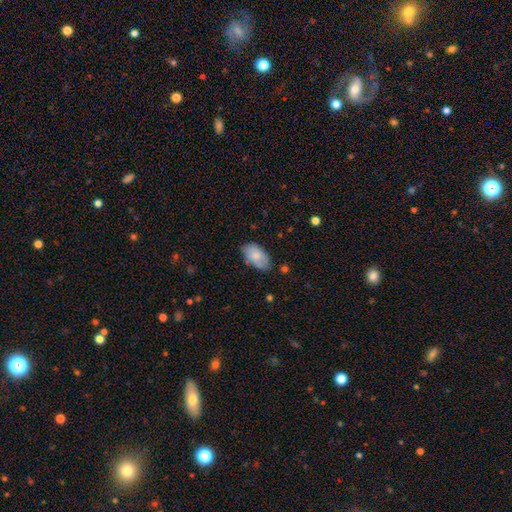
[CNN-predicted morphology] Smooth or featured? Predicted: smooth (p=0.78). How rounded? Predicted: in between (p=0.94). Merging? Predicted: none (p=0.73).